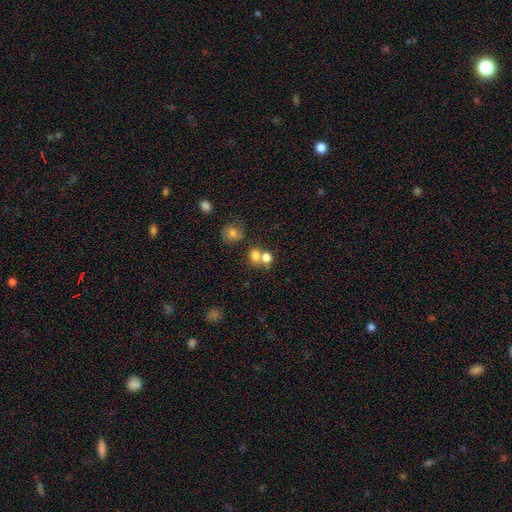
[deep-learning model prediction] This is likely a smooth galaxy (76%). How rounded: likely round (68%). Merging: possibly merger (48%).